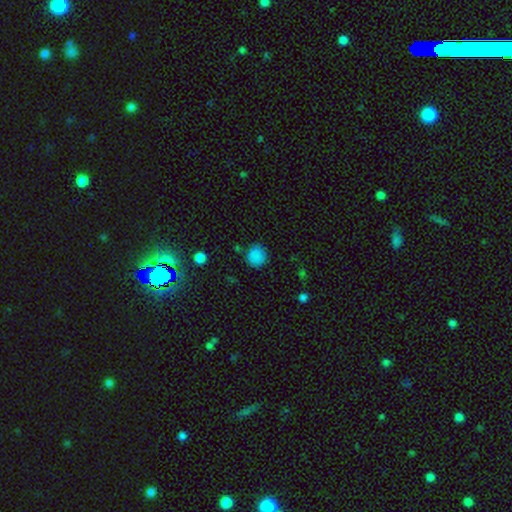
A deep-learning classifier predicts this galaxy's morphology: Smooth or featured: smooth — 84% (star or artifact — 12%)
How rounded: round — 85% (in between — 14%)
Merging: none — 82% (minor disturbance — 12%)